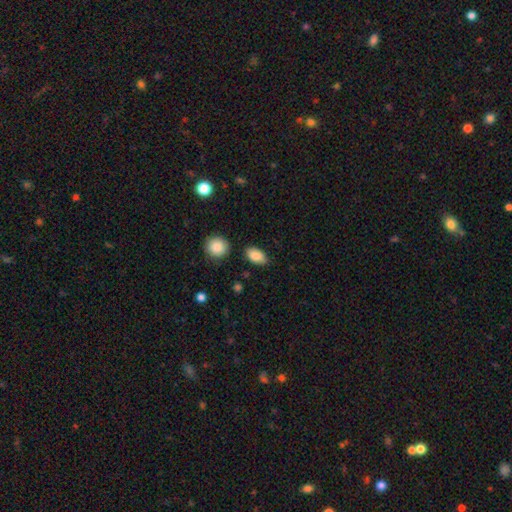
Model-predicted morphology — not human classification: Overall: smooth (87%). How rounded: in between (91%). Merging: none (81%).